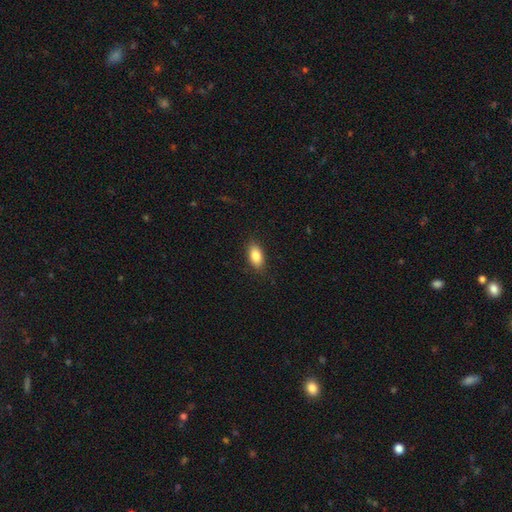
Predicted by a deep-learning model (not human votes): Smooth or featured? Predicted: smooth (p=0.86). How rounded? Predicted: in between (p=0.90). Merging? Predicted: none (p=0.86).